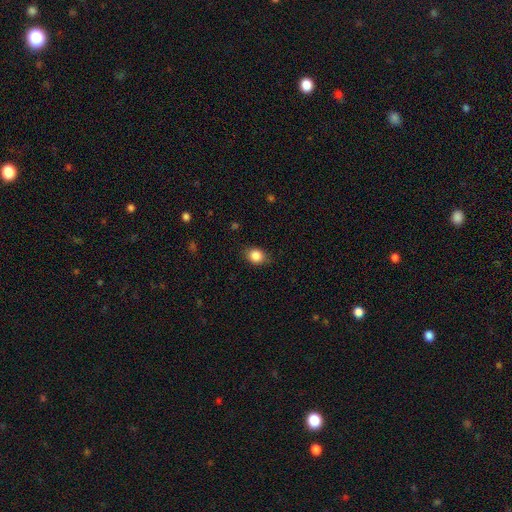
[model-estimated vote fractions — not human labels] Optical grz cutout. It shows a smooth galaxy with no disk features (86%) that is round (52%). Merging: none (82%).